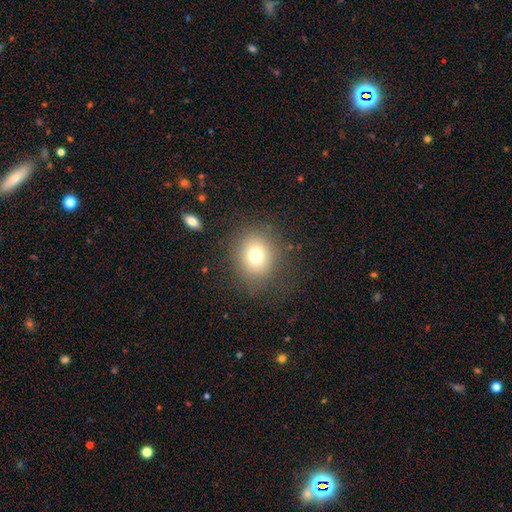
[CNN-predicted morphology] Smooth or featured? smooth (73%)
How rounded? round (77%)
Merging? none (82%)